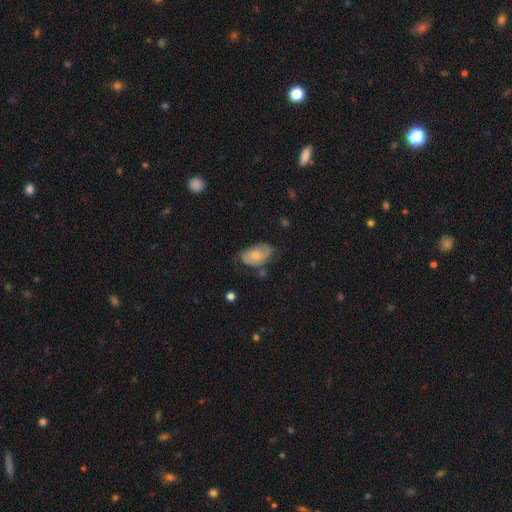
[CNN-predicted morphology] Q: Smooth or featured?
A: featured or disk (56%); runner-up: smooth (37%)
Q: Edge-on disk?
A: no (95%); runner-up: yes (5%)
Q: Bar?
A: no (69%); runner-up: weak (27%)
Q: Spiral arms?
A: yes (83%); runner-up: no (17%)
Q: Bulge size?
A: moderate (49%); runner-up: small (39%)
Q: Merging?
A: none (57%); runner-up: minor disturbance (28%)